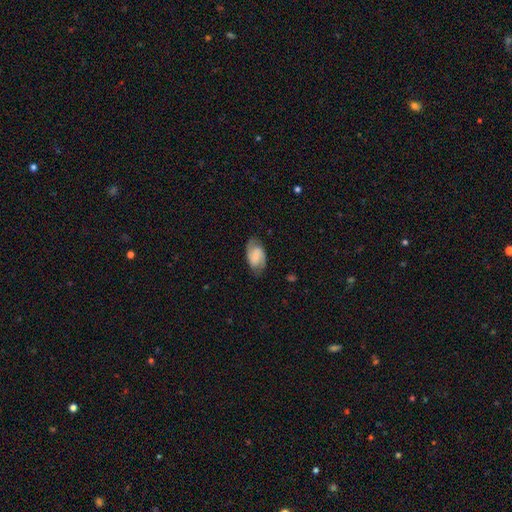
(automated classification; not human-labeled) smooth_or_featured: featured or disk (p=0.65) [alt: smooth p=0.28]
disk_edge_on: no (p=0.97) [alt: yes p=0.03]
bar: weak (p=0.48) [alt: no p=0.30]
has_spiral_arms: yes (p=0.93) [alt: no p=0.07]
spiral_winding: medium (p=0.49) [alt: tight p=0.29]
spiral_arm_count: 2 (p=0.89) [alt: can't tell p=0.06]
bulge_size: small (p=0.42) [alt: none p=0.32]
merging: none (p=0.79) [alt: minor disturbance p=0.15]